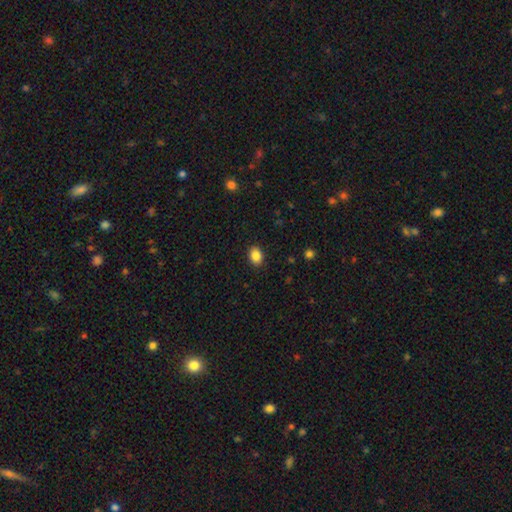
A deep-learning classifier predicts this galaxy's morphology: A smooth galaxy with no disk features (87%) that is in between round and cigar-shaped (71%). Merging: none (89%).